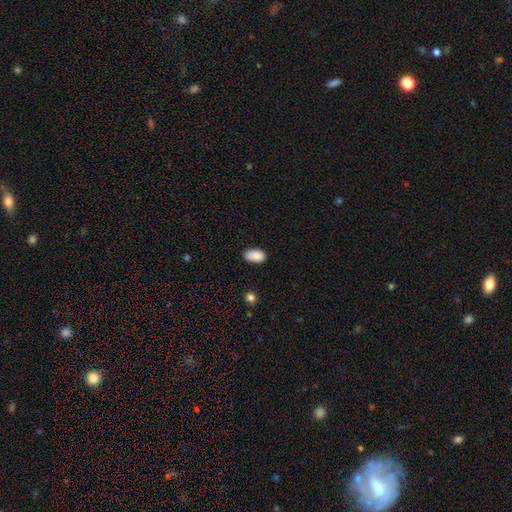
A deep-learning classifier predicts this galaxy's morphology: Smooth or featured?
  - smooth: 89% *
  - star or artifact: 8%
  - featured or disk: 4%
How rounded?
  - in between: 94% *
  - round: 4%
  - cigar-shaped: 2%
Merging?
  - none: 79% *
  - minor disturbance: 16%
  - major disturbance: 3%
  - merger: 1%